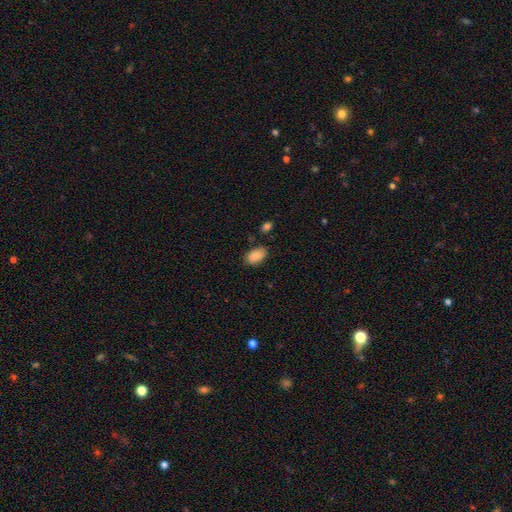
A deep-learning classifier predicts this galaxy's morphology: Smooth or featured: smooth — 89% (star or artifact — 7%)
How rounded: in between — 93% (round — 6%)
Merging: none — 80% (minor disturbance — 14%)